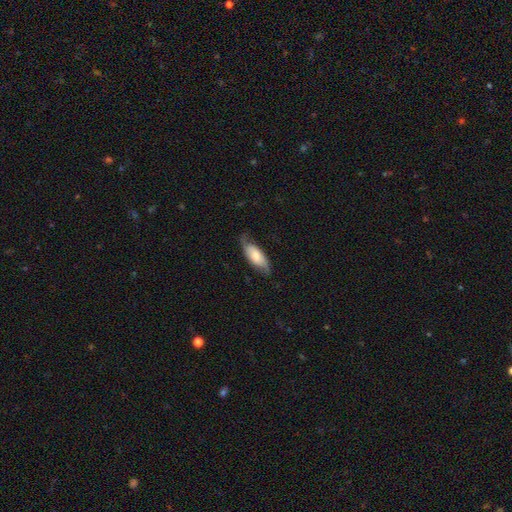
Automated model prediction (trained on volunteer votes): Smooth or featured? smooth (50%)
Merging? none (64%)